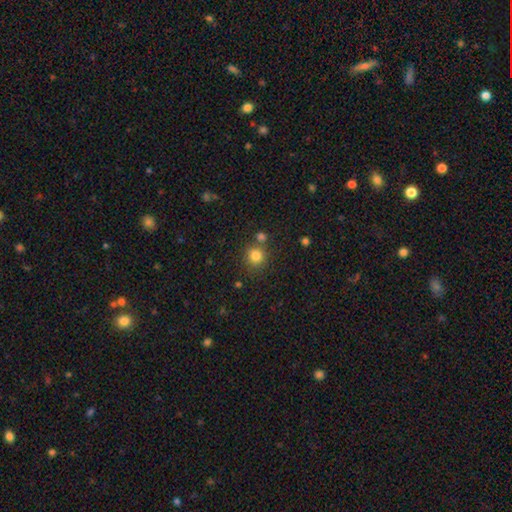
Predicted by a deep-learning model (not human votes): Smooth or featured?
  - smooth: 82% *
  - star or artifact: 13%
  - featured or disk: 6%
How rounded?
  - round: 89% *
  - in between: 10%
  - cigar-shaped: 1%
Merging?
  - none: 73% *
  - merger: 15%
  - minor disturbance: 9%
  - major disturbance: 3%